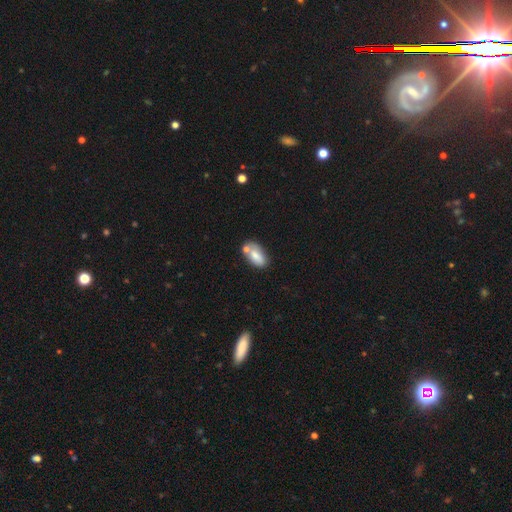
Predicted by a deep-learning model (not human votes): A smooth galaxy with no disk features (75%) that is in between round and cigar-shaped (91%). Merging: none (51%).